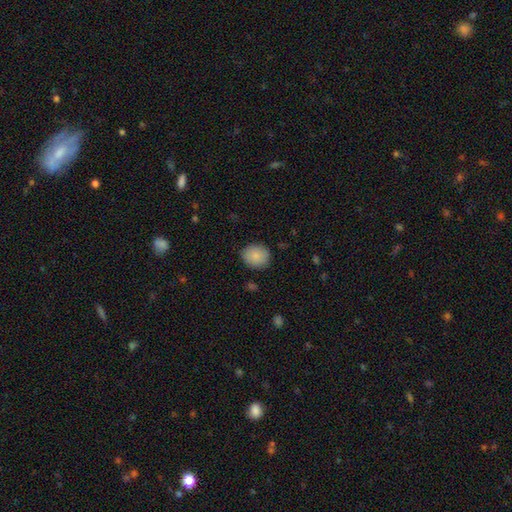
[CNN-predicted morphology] Smooth or featured: smooth — 87% (star or artifact — 7%)
How rounded: round — 66% (in between — 33%)
Merging: none — 86% (minor disturbance — 11%)